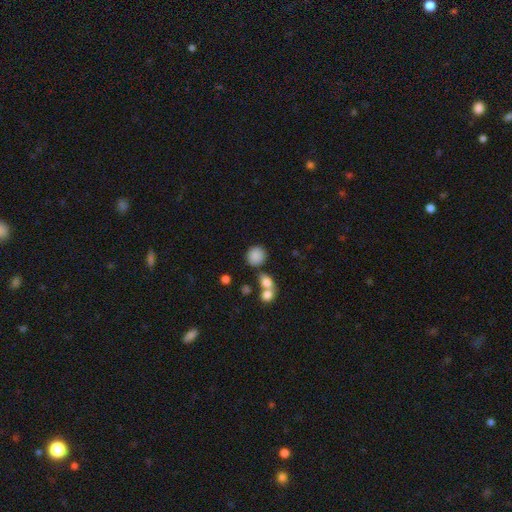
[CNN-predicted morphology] A smooth galaxy with no disk features (85%) that is round (86%).

Vote fractions:
- Smooth or featured? smooth: 85% / star or artifact: 10% / featured or disk: 6%
- How rounded? round: 86% / in between: 13% / cigar-shaped: 1%
- Merging? none: 70% / merger: 15% / minor disturbance: 11% / major disturbance: 4%